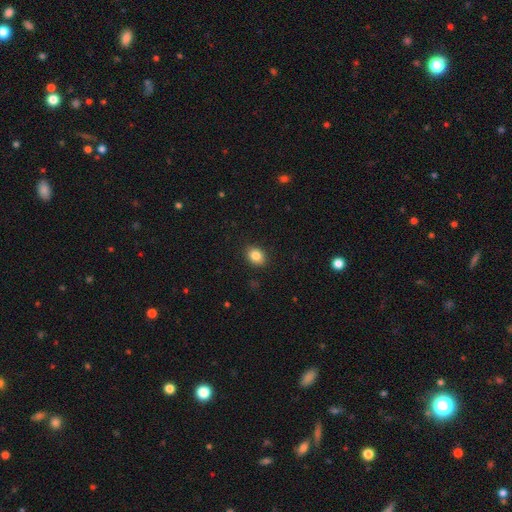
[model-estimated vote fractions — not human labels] A smooth galaxy with no disk features (85%) that is in between round and cigar-shaped (57%).

Vote fractions:
- Smooth or featured? smooth: 85% / star or artifact: 9% / featured or disk: 6%
- How rounded? in between: 57% / round: 42% / cigar-shaped: 1%
- Merging? none: 90% / minor disturbance: 7% / major disturbance: 2% / merger: 1%